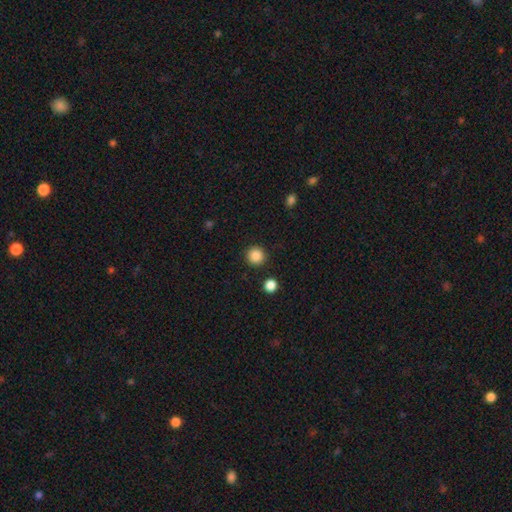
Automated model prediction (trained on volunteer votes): Smooth or featured: smooth — 87% (star or artifact — 10%)
How rounded: round — 95% (in between — 4%)
Merging: none — 91% (minor disturbance — 5%)